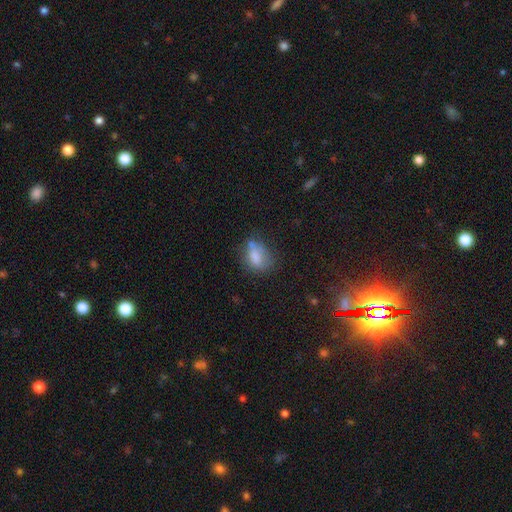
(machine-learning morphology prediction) Smooth or featured?
  - smooth: 70% *
  - featured or disk: 19%
  - star or artifact: 11%
How rounded?
  - in between: 75% *
  - round: 19%
  - cigar-shaped: 6%
Merging?
  - none: 44% *
  - minor disturbance: 26%
  - major disturbance: 15%
  - merger: 14%